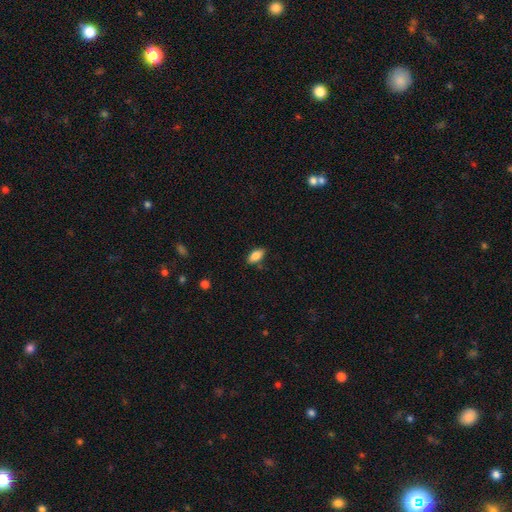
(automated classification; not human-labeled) Q: Smooth or featured?
A: smooth (84%); runner-up: featured or disk (9%)
Q: How rounded?
A: in between (91%); runner-up: cigar-shaped (6%)
Q: Merging?
A: none (82%); runner-up: minor disturbance (13%)